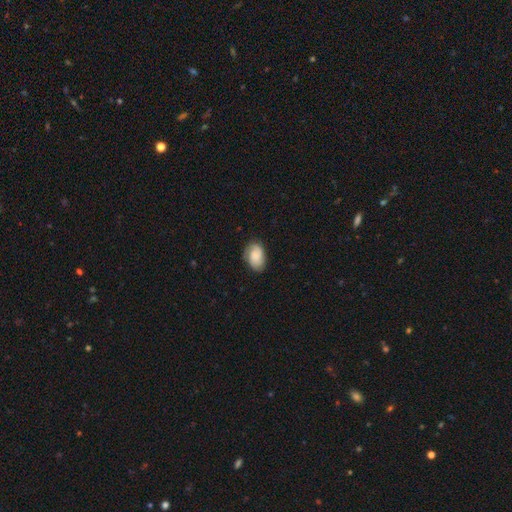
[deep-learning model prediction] Morphology: type=smooth (65%); roundness=in between (85%); merging=none (74%).